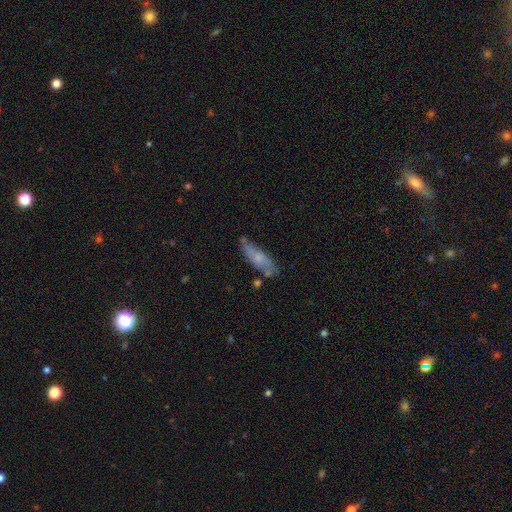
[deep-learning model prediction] Smooth or featured?
  - smooth: 51% *
  - featured or disk: 40%
  - star or artifact: 9%
How rounded?
  - cigar-shaped: 58% *
  - in between: 39%
  - round: 2%
Merging?
  - none: 66% *
  - minor disturbance: 23%
  - major disturbance: 6%
  - merger: 5%